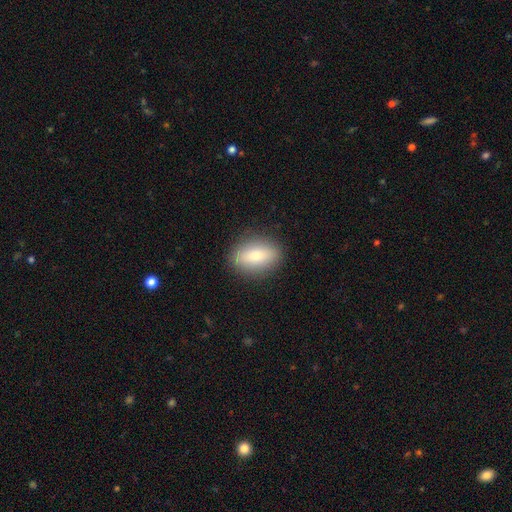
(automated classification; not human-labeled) Overall: smooth (78%). How rounded: in between (81%). Merging: none (86%).